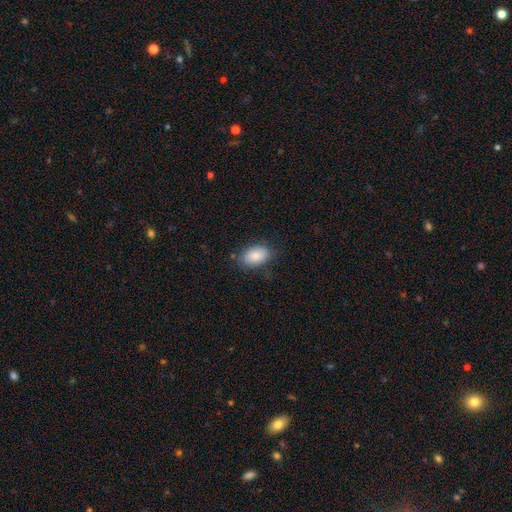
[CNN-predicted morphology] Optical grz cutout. It shows a smooth galaxy with no disk features (87%) that is in between round and cigar-shaped (91%). Merging: none (78%).